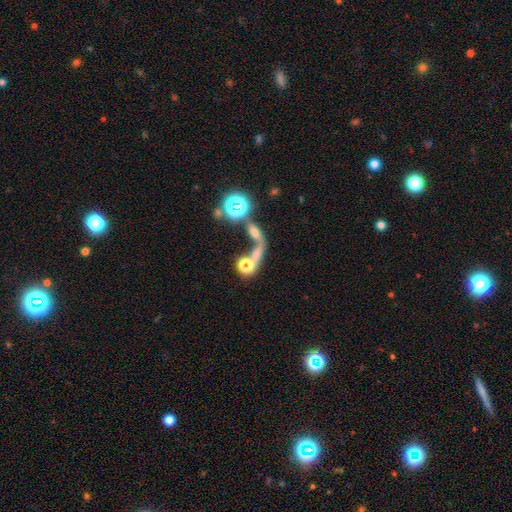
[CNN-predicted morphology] smooth 52%, featured or disk 26%, star or artifact 22%. Down the decision tree: how rounded — round (46%); merging — merger (52%).